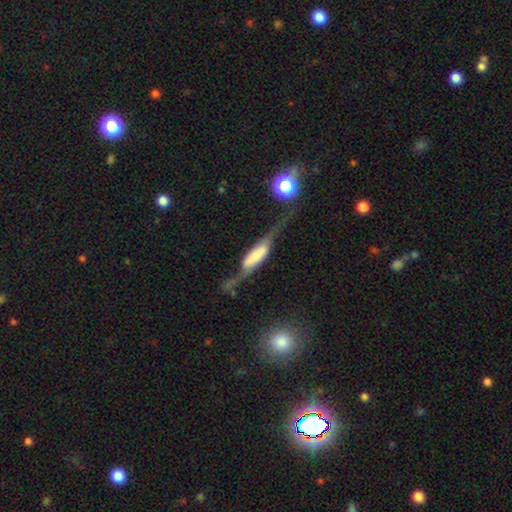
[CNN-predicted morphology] type=featured or disk (64%); edge-on=no (51%); merging=major disturbance (37%).